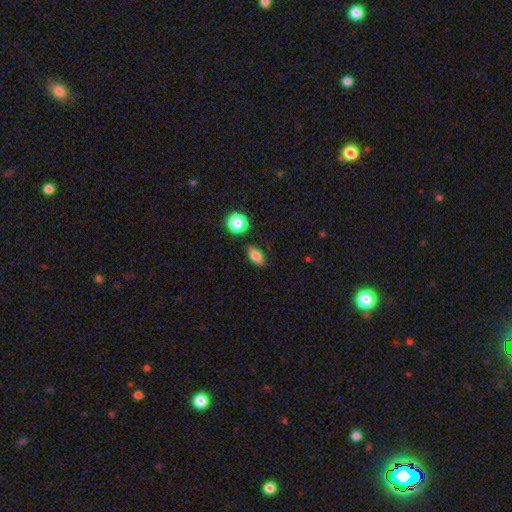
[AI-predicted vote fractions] A smooth galaxy with no disk features (82%) that is in between round and cigar-shaped (82%).

Vote fractions:
- Smooth or featured? smooth: 82% / star or artifact: 10% / featured or disk: 8%
- How rounded? in between: 82% / round: 12% / cigar-shaped: 6%
- Merging? none: 84% / minor disturbance: 11% / major disturbance: 3% / merger: 2%